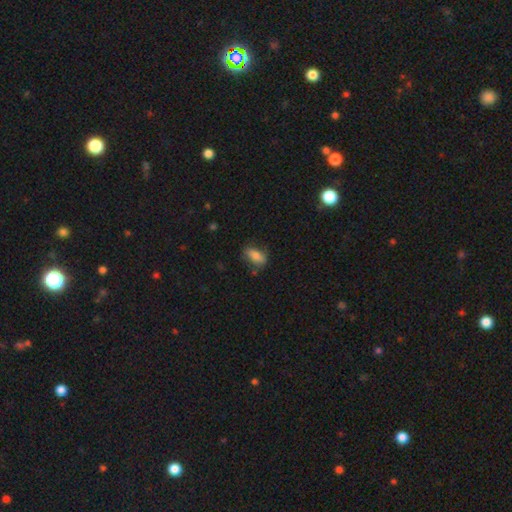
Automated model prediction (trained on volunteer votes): Morphology: type=smooth (75%); roundness=in between (83%); merging=none (68%).